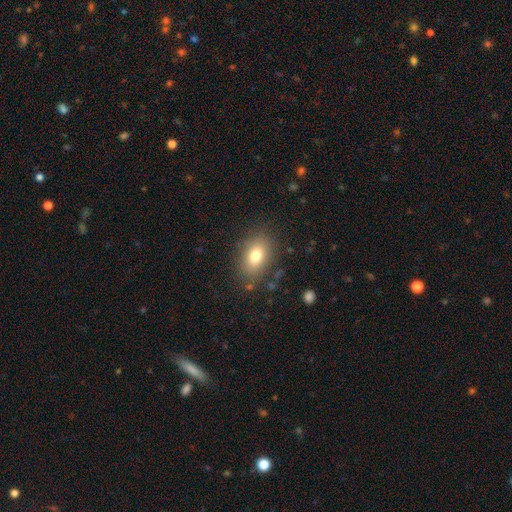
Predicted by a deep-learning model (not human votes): This appears to be a smooth galaxy with no disk features (78%) that is in between round and cigar-shaped (82%). Merging: none (82%).